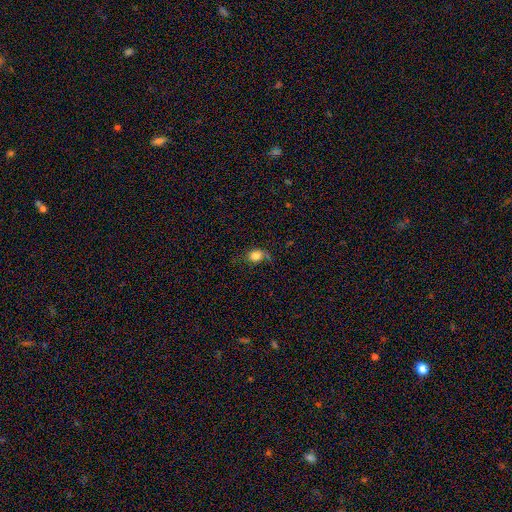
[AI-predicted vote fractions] Smooth or featured: smooth — 80% (star or artifact — 11%)
How rounded: round — 60% (in between — 39%)
Merging: none — 59% (minor disturbance — 27%)